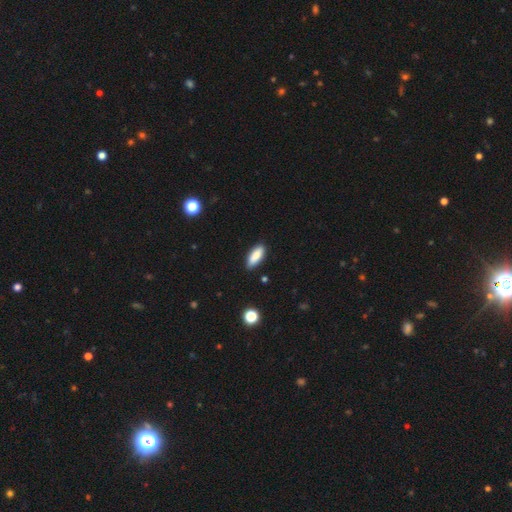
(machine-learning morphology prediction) Smooth or featured? smooth (84%)
How rounded? in between (72%)
Merging? none (85%)